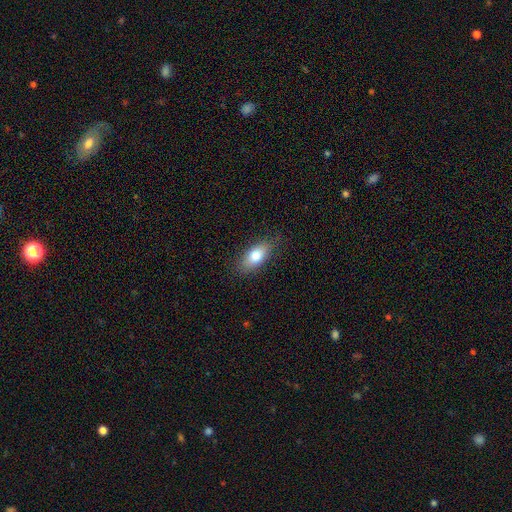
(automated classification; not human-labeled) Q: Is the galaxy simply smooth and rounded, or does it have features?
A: smooth — 79%.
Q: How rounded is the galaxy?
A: in between — 85%.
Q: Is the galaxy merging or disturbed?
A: none — 82%.